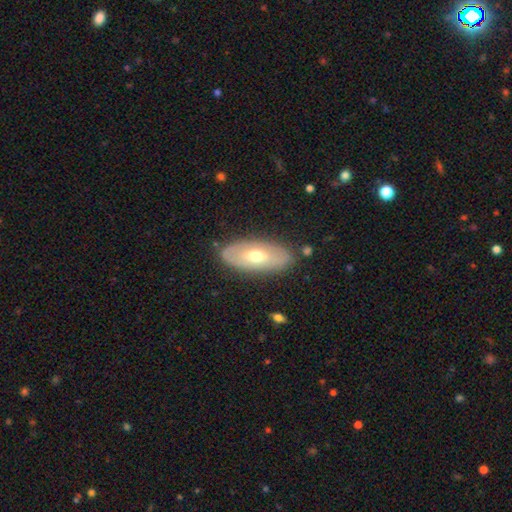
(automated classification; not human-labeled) Q: Smooth or featured?
A: smooth (48%); runner-up: featured or disk (46%)
Q: Merging?
A: none (83%); runner-up: minor disturbance (12%)